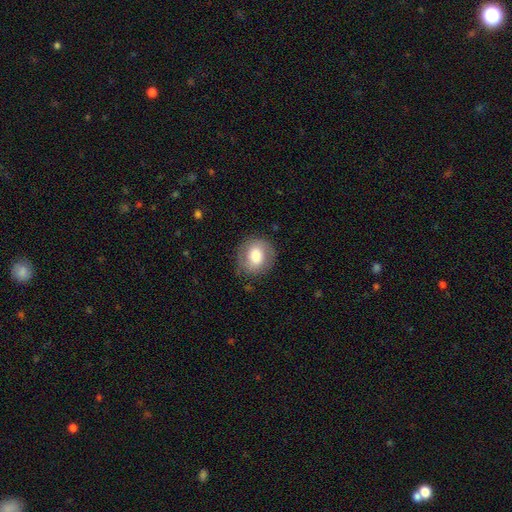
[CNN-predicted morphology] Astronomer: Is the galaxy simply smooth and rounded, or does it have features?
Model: smooth — 68%.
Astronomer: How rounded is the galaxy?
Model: round — 73%.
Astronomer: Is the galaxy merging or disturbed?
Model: none — 79%.